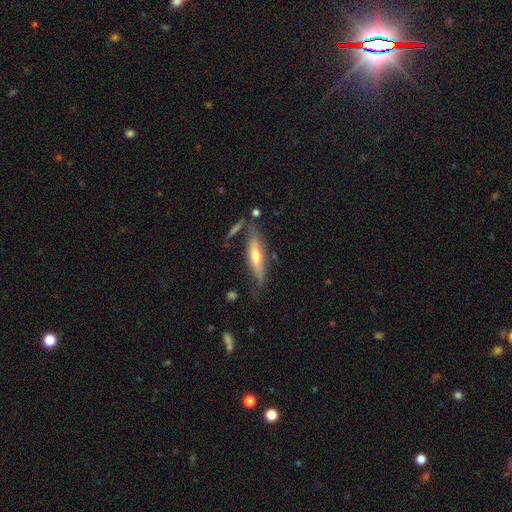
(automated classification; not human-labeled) smooth_or_featured: featured or disk (p=0.55) [alt: smooth p=0.39]
disk_edge_on: yes (p=0.84) [alt: no p=0.16]
merging: none (p=0.64) [alt: minor disturbance p=0.21]